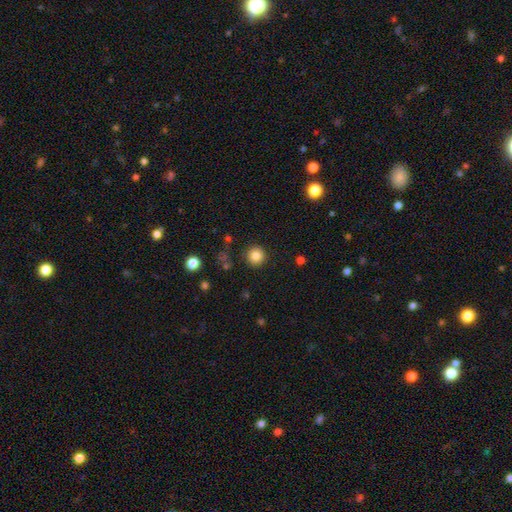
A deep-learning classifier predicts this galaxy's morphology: This appears to be a smooth galaxy with no disk features (84%) that is round (95%). Merging: none (89%).